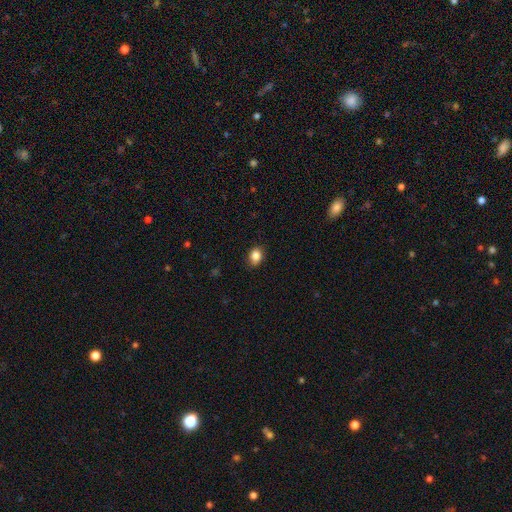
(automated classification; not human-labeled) Smooth or featured: smooth — 86% (star or artifact — 9%)
How rounded: in between — 59% (round — 40%)
Merging: none — 85% (minor disturbance — 12%)